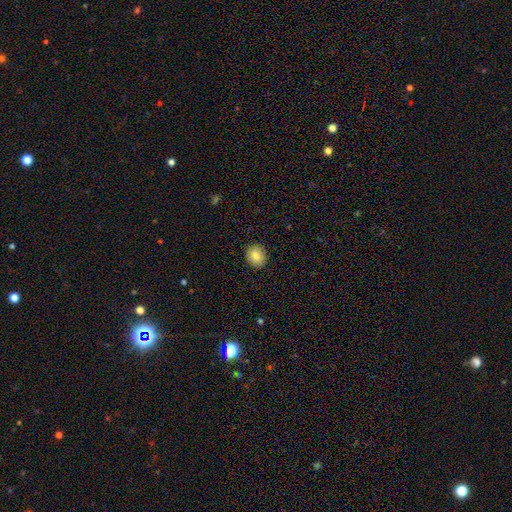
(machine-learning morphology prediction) Q: Smooth or featured?
A: smooth (84%); runner-up: star or artifact (8%)
Q: How rounded?
A: round (67%); runner-up: in between (32%)
Q: Merging?
A: none (90%); runner-up: minor disturbance (7%)